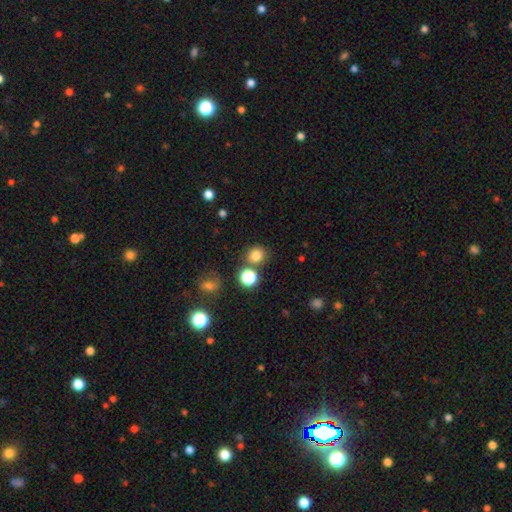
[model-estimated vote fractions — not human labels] smooth-or-featured: smooth: 78% | star or artifact: 16% | featured or disk: 5%
  how-rounded: round: 86% | in between: 13% | cigar-shaped: 1%
  merging: none: 78% | merger: 10% | minor disturbance: 9% | major disturbance: 3%